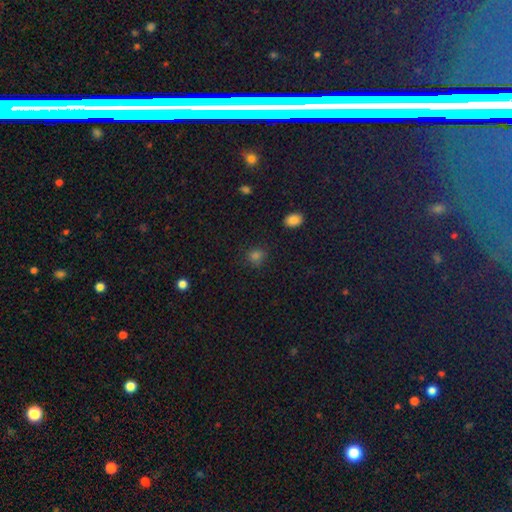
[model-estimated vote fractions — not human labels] Smooth or featured: smooth — 76% (star or artifact — 20%)
How rounded: round — 83% (in between — 16%)
Merging: none — 83% (minor disturbance — 11%)